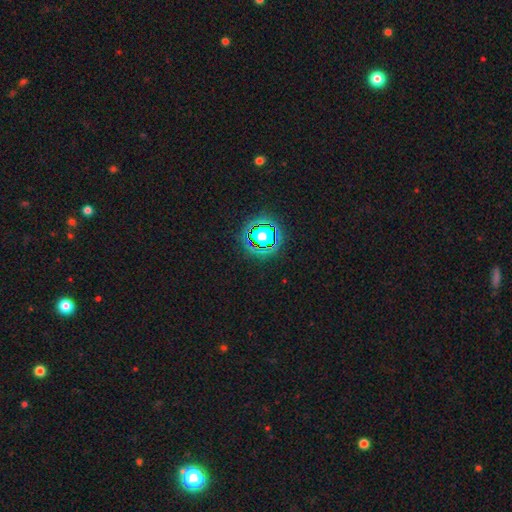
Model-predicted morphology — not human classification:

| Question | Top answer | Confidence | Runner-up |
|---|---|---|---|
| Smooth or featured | star or artifact | 81% | smooth (12%) |